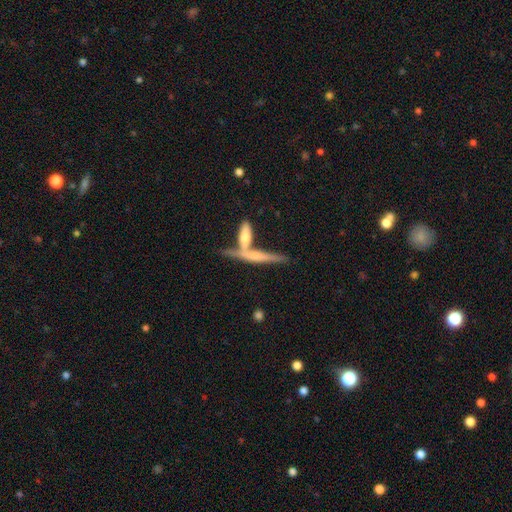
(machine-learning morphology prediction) featured or disk 50%, smooth 42%, star or artifact 8%. Down the decision tree: edge-on disk — yes (84%); merging — merger (48%).